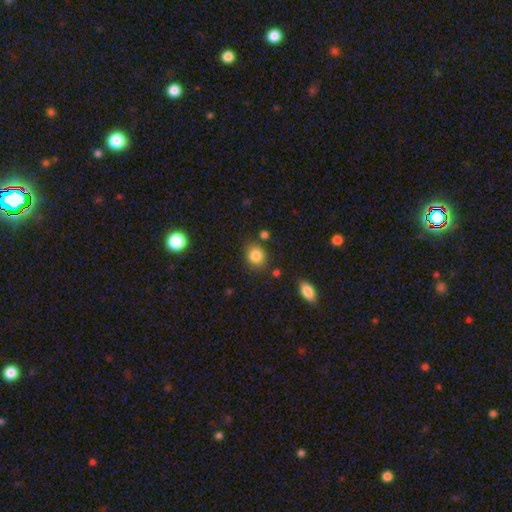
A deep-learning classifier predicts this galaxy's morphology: Smooth or featured: smooth — 83% (star or artifact — 10%)
How rounded: round — 72% (in between — 27%)
Merging: none — 76% (minor disturbance — 15%)